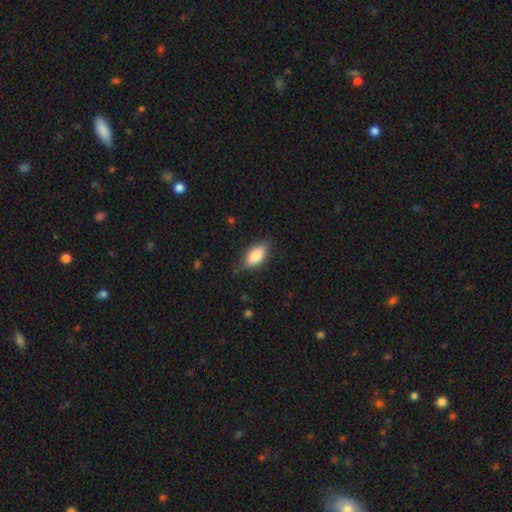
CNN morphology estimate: Smooth or featured: smooth — 83% (featured or disk — 10%)
How rounded: in between — 88% (cigar-shaped — 9%)
Merging: none — 76% (minor disturbance — 19%)